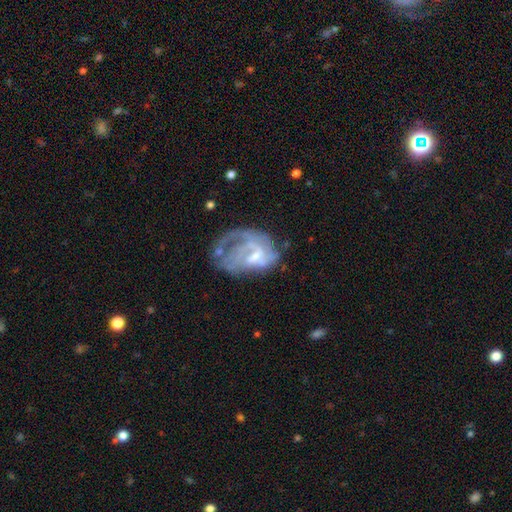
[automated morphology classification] A featured or disk galaxy (75%) with a weak bar (47%), medium (39%) spiral arms (72%) and a small central bulge (46%).

Vote fractions:
- Smooth or featured? featured or disk: 75% / smooth: 16% / star or artifact: 9%
- Edge-on disk? no: 97% / yes: 3%
- Bar? weak: 47% / no: 42% / strong: 11%
- Spiral arms? yes: 72% / no: 28%
- Spiral winding? medium: 39% / tight: 36% / loose: 26%
- Spiral arm count? can't tell: 41% / 1: 21% / 2: 19% / 3: 11% / 4: 5% / more than 4: 3%
- Bulge size? small: 46% / moderate: 30% / none: 20% / large: 3% / dominant: 1%
- Merging? major disturbance: 43% / none: 30% / minor disturbance: 21% / merger: 6%